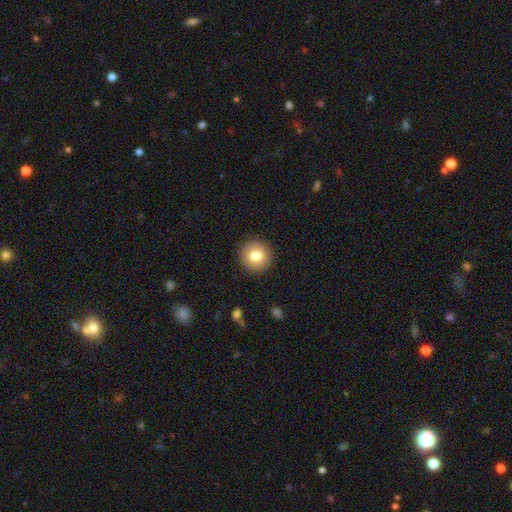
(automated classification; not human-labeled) Smooth or featured? Predicted: smooth (p=0.81). How rounded? Predicted: round (p=0.95). Merging? Predicted: none (p=0.92).